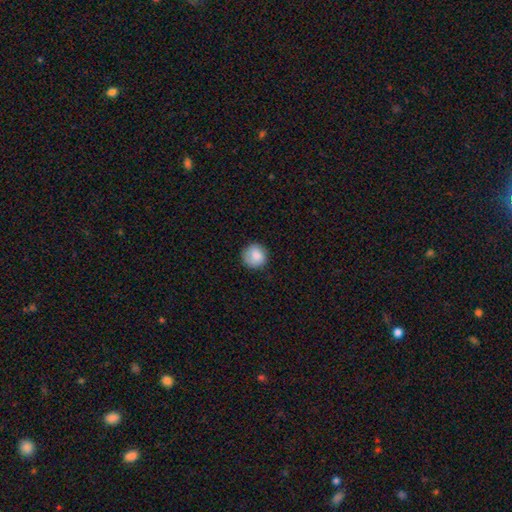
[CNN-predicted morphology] This appears to be a smooth galaxy with no disk features (85%) that is round (92%). Merging: none (81%).